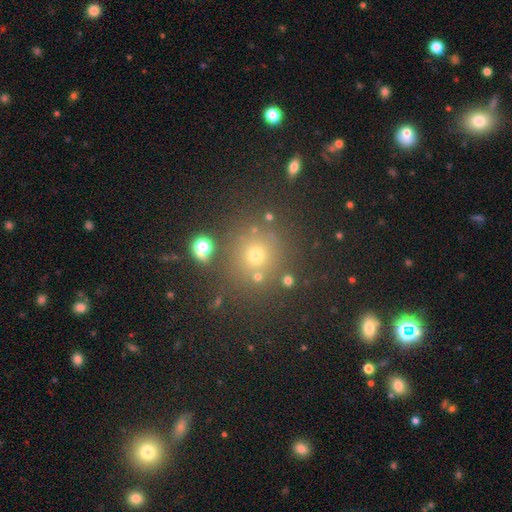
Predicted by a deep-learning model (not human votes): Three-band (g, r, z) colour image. It shows a smooth galaxy with no disk features (57%) that is round (92%). Merging: none (82%).